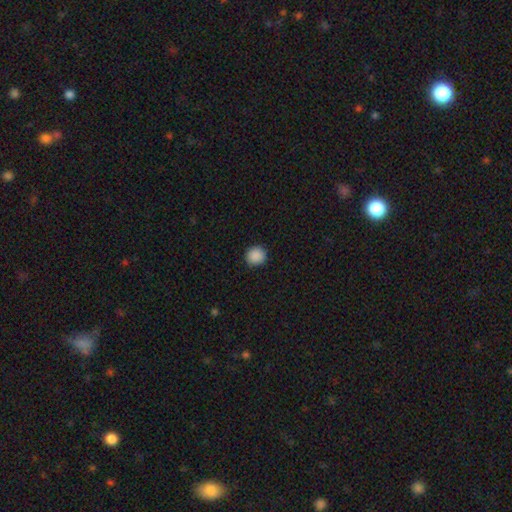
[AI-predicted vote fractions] Q: Smooth or featured?
A: smooth (89%); runner-up: star or artifact (9%)
Q: How rounded?
A: round (94%); runner-up: in between (5%)
Q: Merging?
A: none (92%); runner-up: minor disturbance (6%)